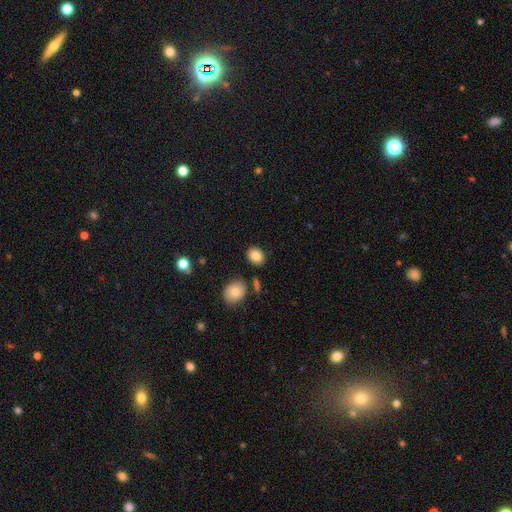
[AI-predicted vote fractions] smooth 83%, star or artifact 9%, featured or disk 7%. Down the decision tree: how rounded — round (50%); merging — none (84%).